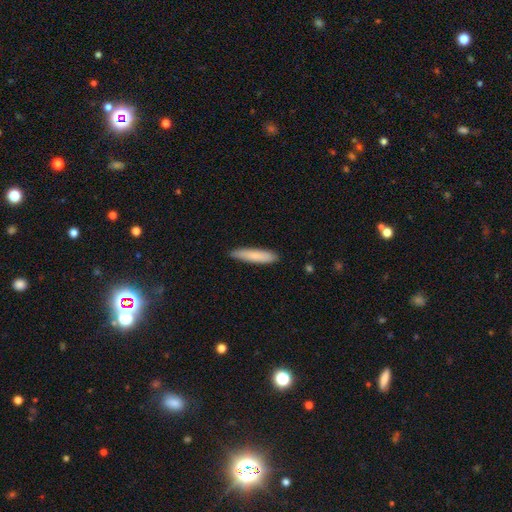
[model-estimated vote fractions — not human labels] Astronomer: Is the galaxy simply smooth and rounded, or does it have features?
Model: smooth — 79%.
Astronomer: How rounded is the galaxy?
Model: cigar-shaped — 87%.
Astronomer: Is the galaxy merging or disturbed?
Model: none — 87%.